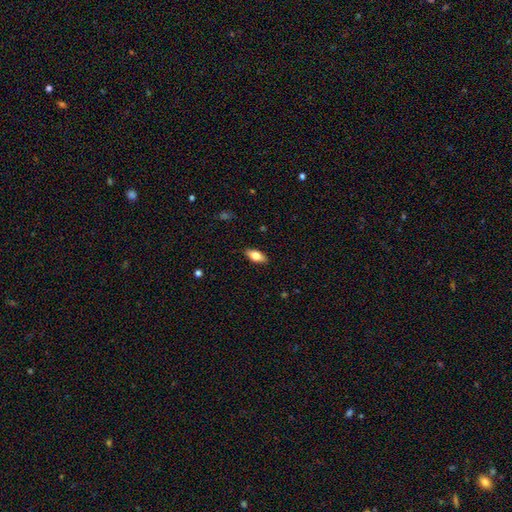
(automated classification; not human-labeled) A smooth galaxy with no disk features (73%) that is in between round and cigar-shaped (83%).

Vote fractions:
- Smooth or featured? smooth: 73% / featured or disk: 21% / star or artifact: 7%
- How rounded? in between: 83% / cigar-shaped: 14% / round: 3%
- Merging? none: 88% / minor disturbance: 9% / major disturbance: 2% / merger: 1%